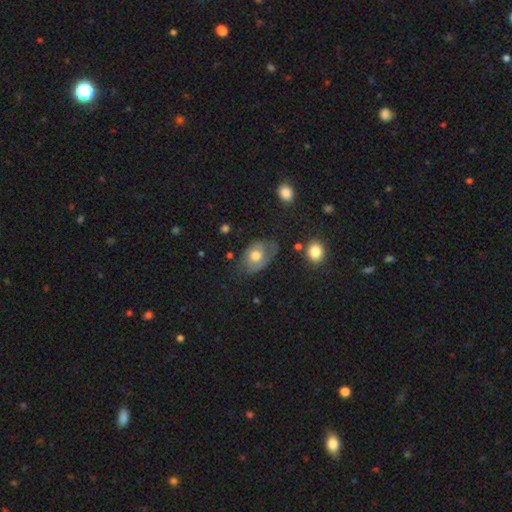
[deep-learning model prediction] Smooth or featured: smooth — 54% (featured or disk — 37%)
How rounded: in between — 77% (round — 22%)
Merging: none — 49% (minor disturbance — 30%)